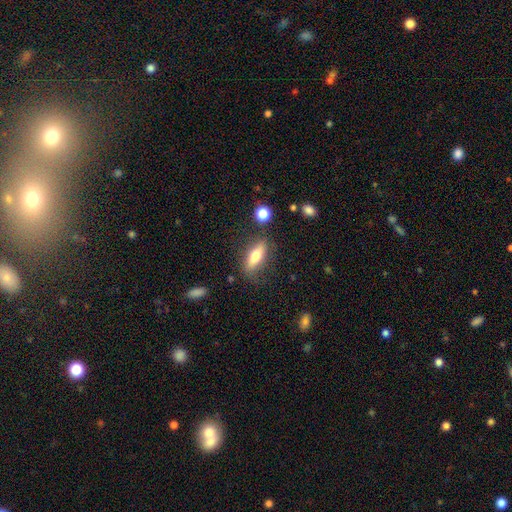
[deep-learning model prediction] Smooth or featured?
  - smooth: 62% *
  - featured or disk: 30%
  - star or artifact: 8%
How rounded?
  - in between: 54% *
  - cigar-shaped: 42%
  - round: 3%
Merging?
  - none: 77% *
  - minor disturbance: 15%
  - major disturbance: 5%
  - merger: 3%